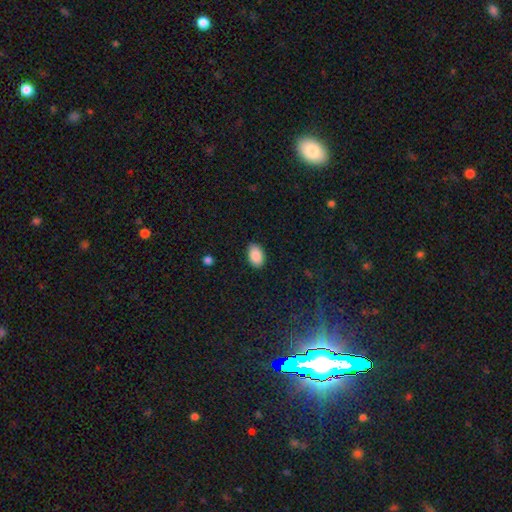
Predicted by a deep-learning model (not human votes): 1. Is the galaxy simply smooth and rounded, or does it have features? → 90% smooth, 7% star or artifact, 3% featured or disk.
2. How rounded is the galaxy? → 91% in between, 8% round, 1% cigar-shaped.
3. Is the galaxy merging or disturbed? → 87% none, 10% minor disturbance, 2% major disturbance, 1% merger.